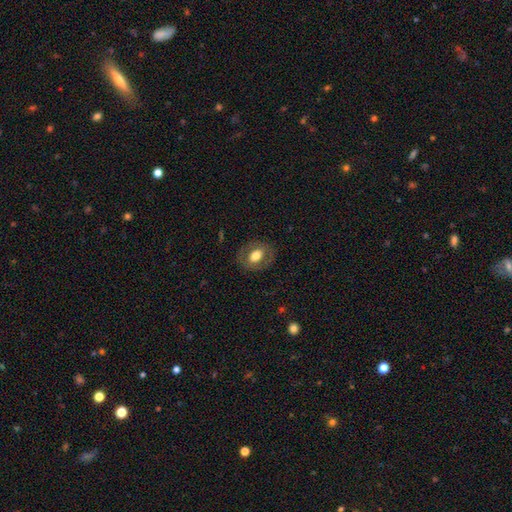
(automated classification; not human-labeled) Smooth or featured? Predicted: smooth (p=0.57). How rounded? Predicted: in between (p=0.64). Merging? Predicted: none (p=0.80).